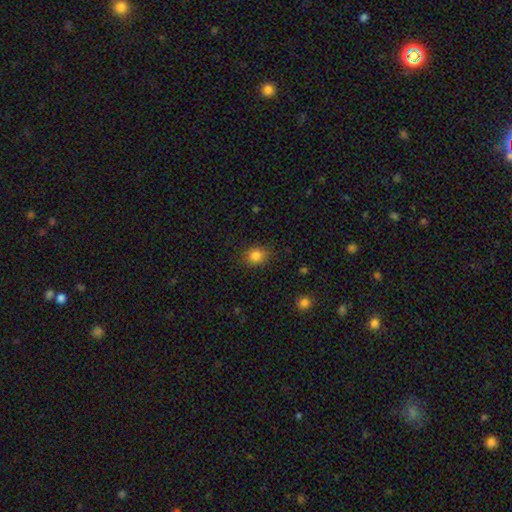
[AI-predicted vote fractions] Q: Smooth or featured?
A: smooth (84%); runner-up: star or artifact (11%)
Q: How rounded?
A: round (65%); runner-up: in between (34%)
Q: Merging?
A: none (85%); runner-up: minor disturbance (11%)